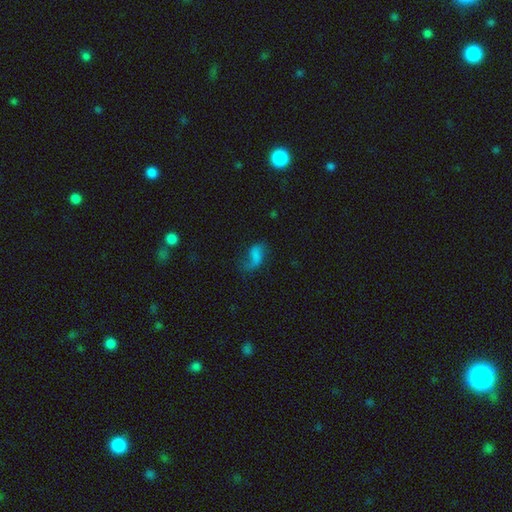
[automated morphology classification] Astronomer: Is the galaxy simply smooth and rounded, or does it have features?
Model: smooth — 45% (runner-up: featured or disk, 43%).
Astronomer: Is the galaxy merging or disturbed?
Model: none — 45% (runner-up: major disturbance, 28%).